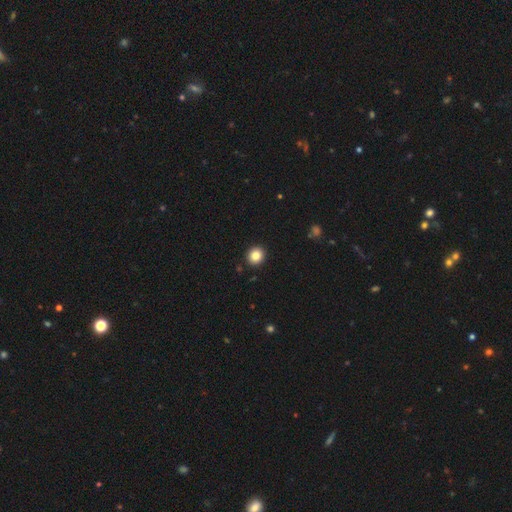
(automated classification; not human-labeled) This is clearly a smooth galaxy (84%). How rounded: clearly round (86%). Merging: clearly none (93%).